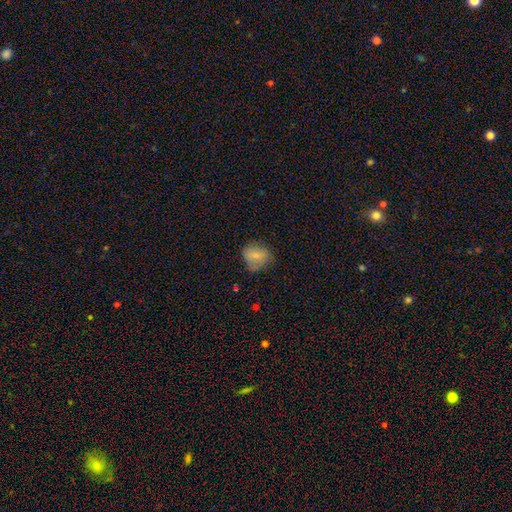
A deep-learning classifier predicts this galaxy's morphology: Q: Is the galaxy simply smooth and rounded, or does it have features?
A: smooth — 78%.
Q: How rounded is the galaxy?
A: round — 63%.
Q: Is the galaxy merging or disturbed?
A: none — 64%.